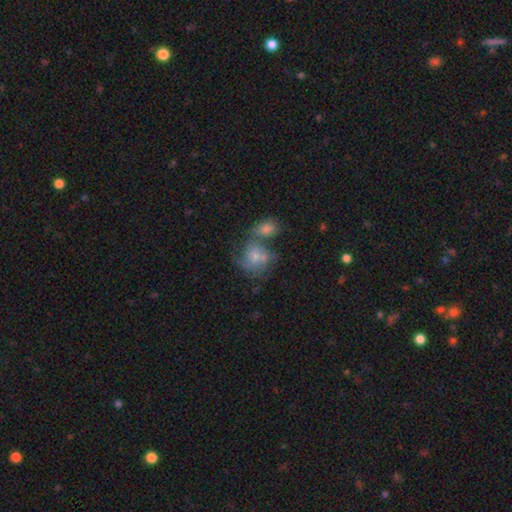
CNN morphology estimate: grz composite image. It shows a featured or disk galaxy (50%). Merging: merger (41%).